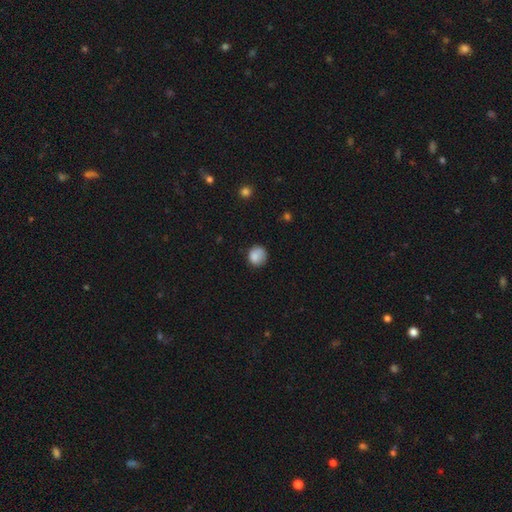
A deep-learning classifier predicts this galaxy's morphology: smooth 83%, star or artifact 9%, featured or disk 7%. Down the decision tree: how rounded — round (81%); merging — none (69%).